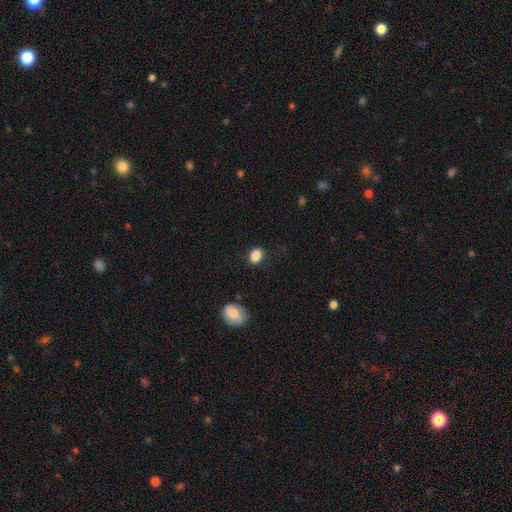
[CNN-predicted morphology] A smooth galaxy with no disk features (87%) that is in between round and cigar-shaped (59%). Merging: none (84%).